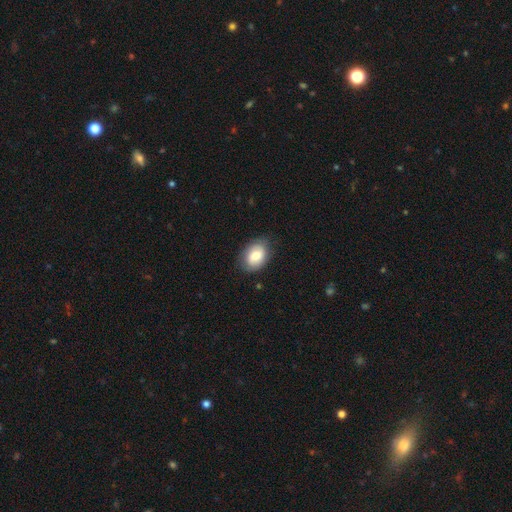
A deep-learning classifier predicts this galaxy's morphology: smooth_or_featured: smooth (p=0.73) [alt: featured or disk p=0.20]
how_rounded: in between (p=0.79) [alt: round p=0.20]
merging: none (p=0.78) [alt: minor disturbance p=0.17]